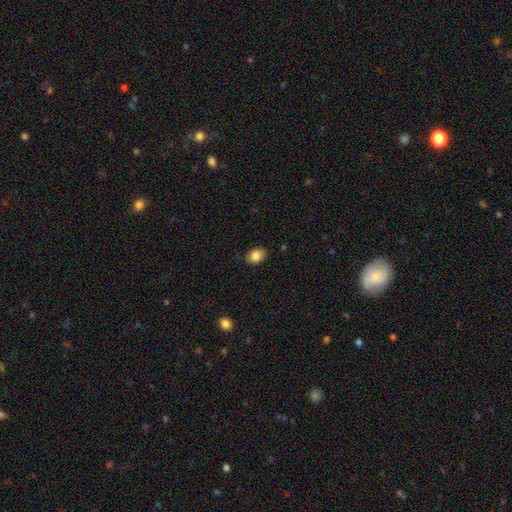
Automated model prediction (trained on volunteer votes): Morphology: type=smooth (84%); roundness=in between (79%); merging=none (84%).